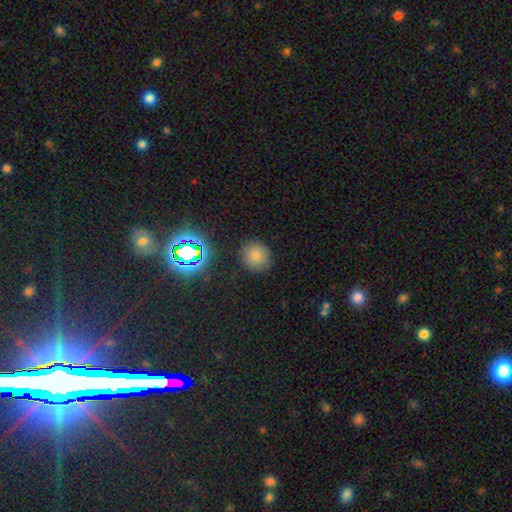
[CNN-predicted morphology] This appears to be a smooth galaxy with no disk features (73%) that is round (87%). Merging: none (87%).